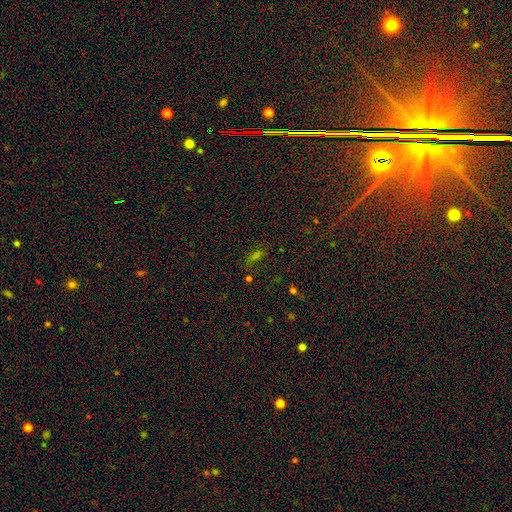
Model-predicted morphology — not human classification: Overall: star or artifact (50%; smooth 36%).